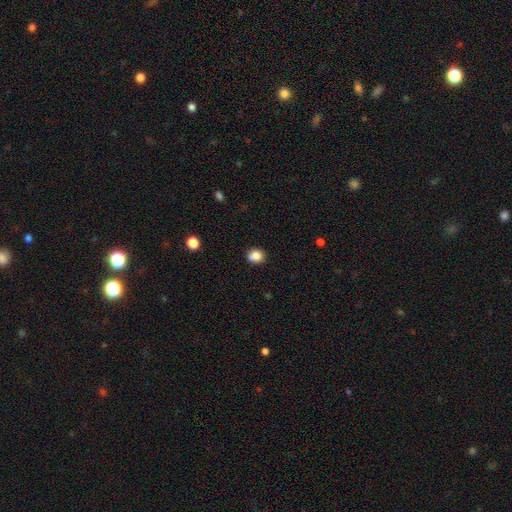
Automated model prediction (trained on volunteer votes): Smooth or featured?
  - smooth: 83% *
  - star or artifact: 10%
  - featured or disk: 7%
How rounded?
  - round: 68% *
  - in between: 31%
  - cigar-shaped: 1%
Merging?
  - none: 83% *
  - minor disturbance: 12%
  - merger: 3%
  - major disturbance: 2%